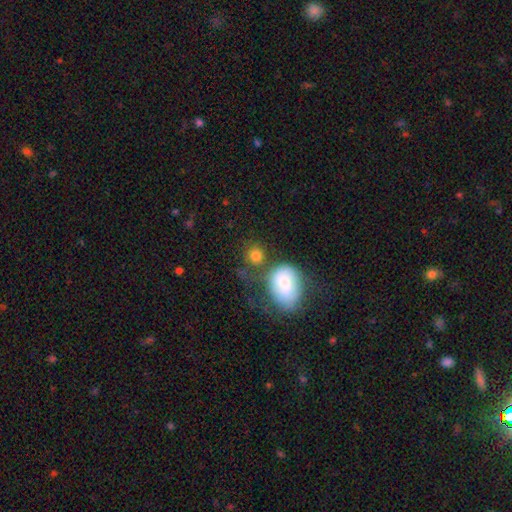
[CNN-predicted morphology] Smooth or featured? smooth (80%)
How rounded? round (82%)
Merging? none (60%)